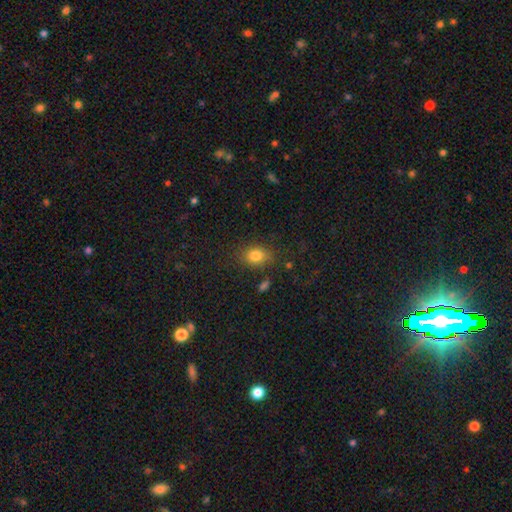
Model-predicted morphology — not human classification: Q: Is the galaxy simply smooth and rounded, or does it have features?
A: smooth — 81%.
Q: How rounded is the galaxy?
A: in between — 58%.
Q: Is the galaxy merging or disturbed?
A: none — 78%.